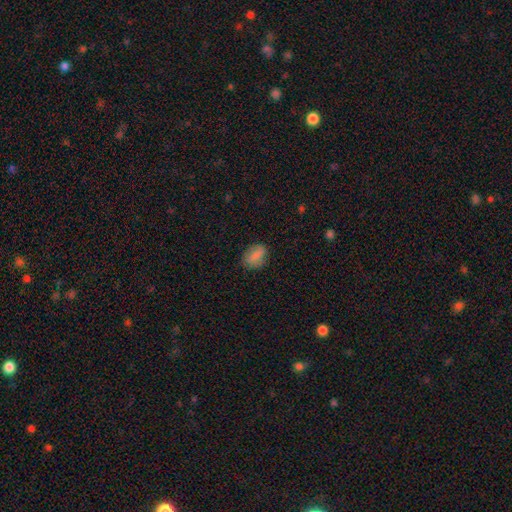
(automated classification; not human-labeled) This appears to be a smooth galaxy with no disk features (80%) that is in between round and cigar-shaped (78%). Merging: none (76%).